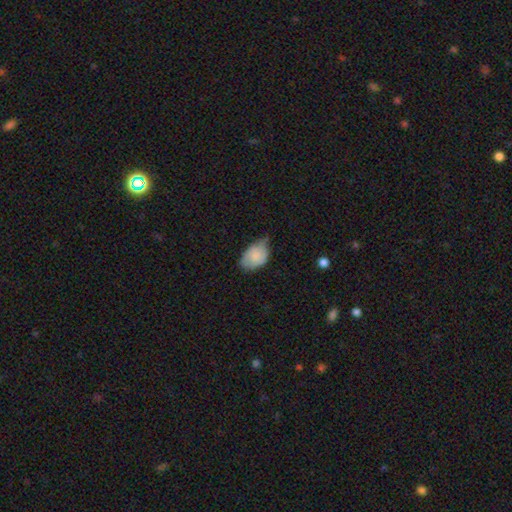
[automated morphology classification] Q: Smooth or featured?
A: smooth (80%); runner-up: featured or disk (13%)
Q: How rounded?
A: in between (83%); runner-up: round (16%)
Q: Merging?
A: minor disturbance (50%); runner-up: none (36%)